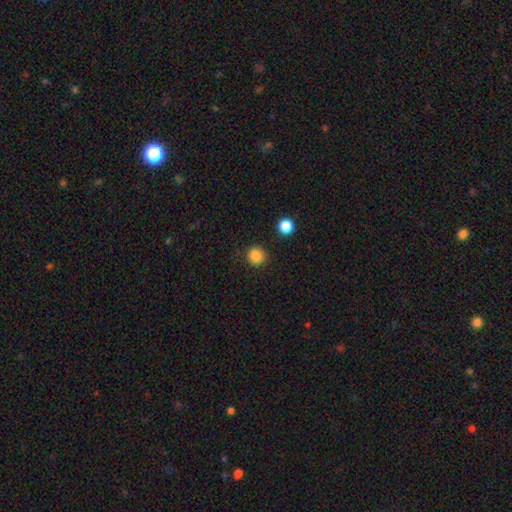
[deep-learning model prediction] A smooth galaxy with no disk features (86%) that is round (91%). Merging: none (89%).